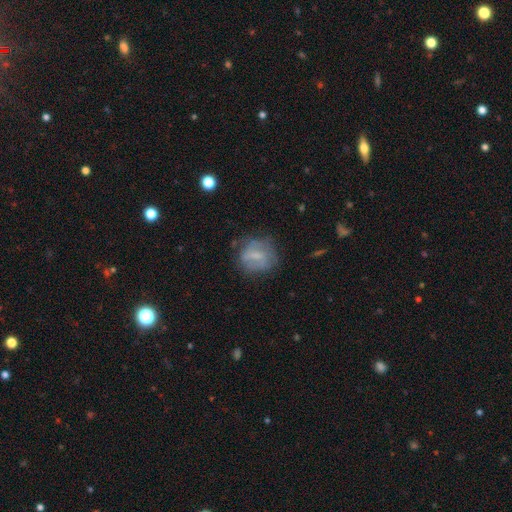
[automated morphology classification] Smooth or featured? smooth (49%)
Merging? none (61%)